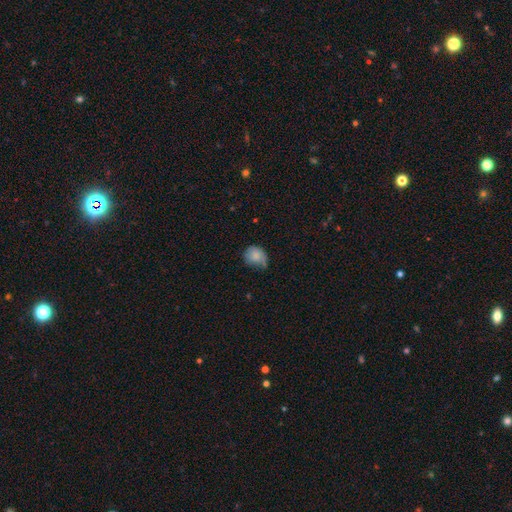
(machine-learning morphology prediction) Smooth or featured: smooth — 77% (featured or disk — 14%)
How rounded: round — 70% (in between — 29%)
Merging: none — 42% (minor disturbance — 41%)